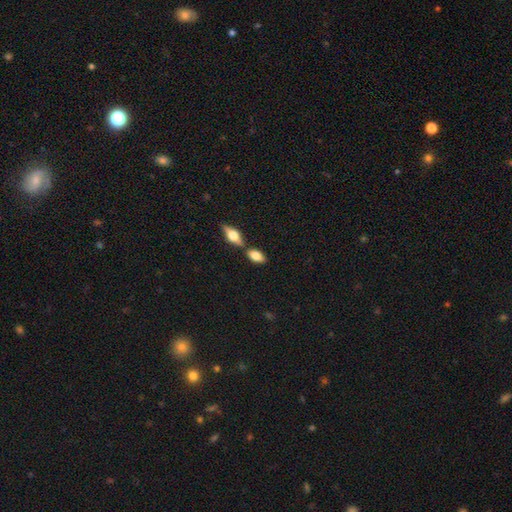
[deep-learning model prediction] smooth-or-featured: smooth: 73% | featured or disk: 20% | star or artifact: 7%
  how-rounded: in between: 87% | cigar-shaped: 7% | round: 6%
  merging: none: 65% | merger: 21% | minor disturbance: 11% | major disturbance: 3%